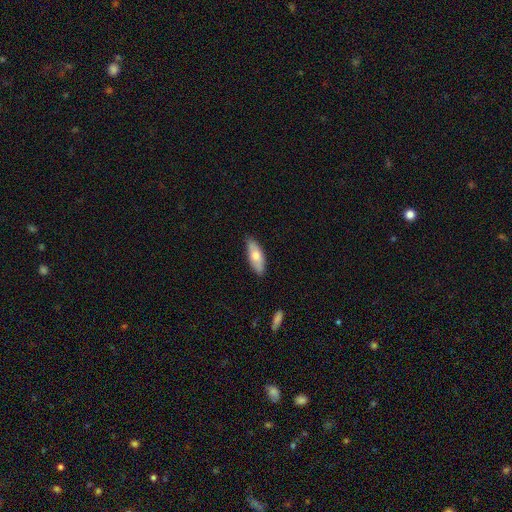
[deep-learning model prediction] This appears to be a smooth galaxy with no disk features (65%) that is in between round and cigar-shaped (70%). Merging: none (83%).